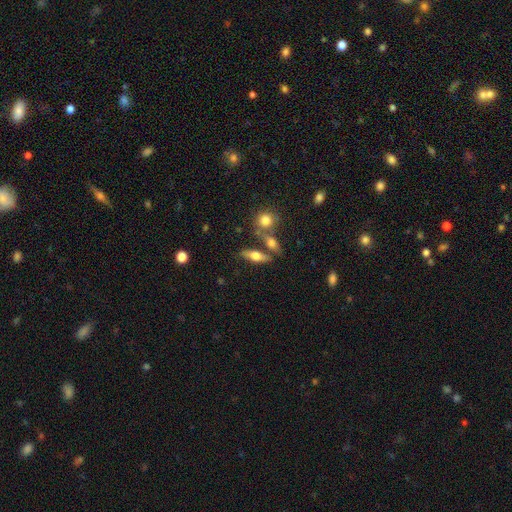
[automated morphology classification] Q: Smooth or featured?
A: smooth (52%); runner-up: featured or disk (40%)
Q: How rounded?
A: in between (51%); runner-up: cigar-shaped (43%)
Q: Merging?
A: none (65%); runner-up: merger (19%)